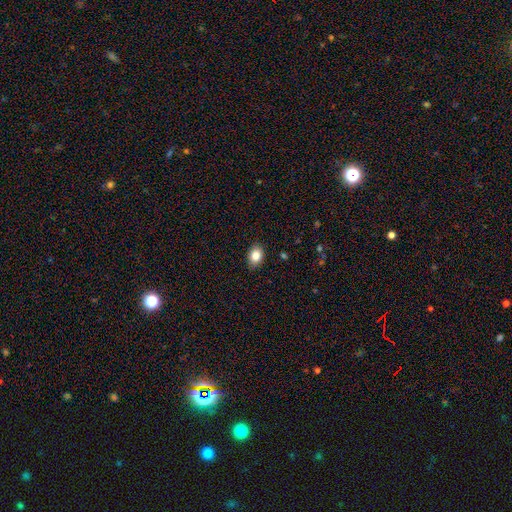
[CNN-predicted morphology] Smooth or featured: smooth — 83% (star or artifact — 9%)
How rounded: in between — 72% (round — 27%)
Merging: none — 88% (minor disturbance — 9%)